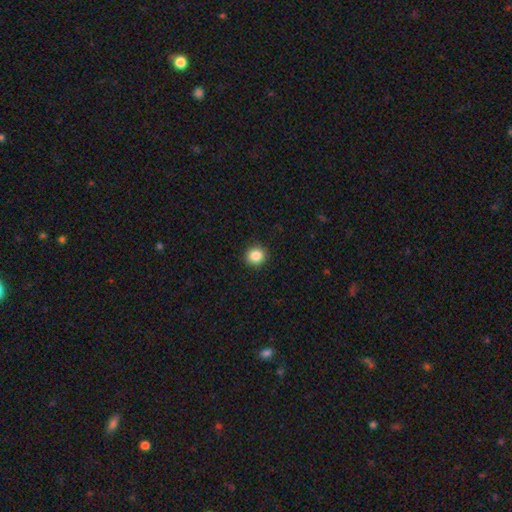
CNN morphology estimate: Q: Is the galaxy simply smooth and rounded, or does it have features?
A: smooth — 87%.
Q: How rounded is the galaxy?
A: round — 90%.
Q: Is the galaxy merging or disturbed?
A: none — 92%.